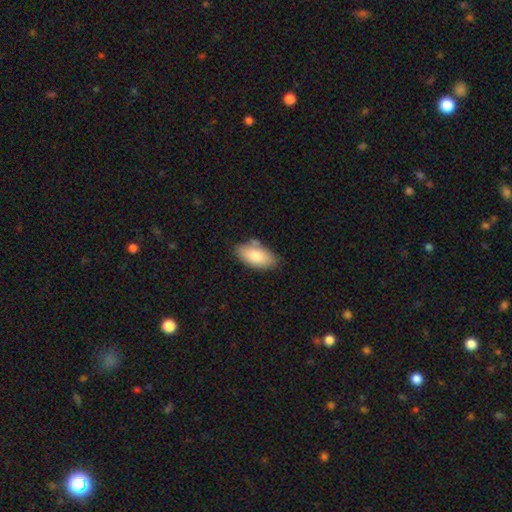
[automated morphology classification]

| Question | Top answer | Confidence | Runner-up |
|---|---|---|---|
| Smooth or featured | smooth | 80% | featured or disk (13%) |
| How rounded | in between | 93% | round (3%) |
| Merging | none | 72% | minor disturbance (19%) |